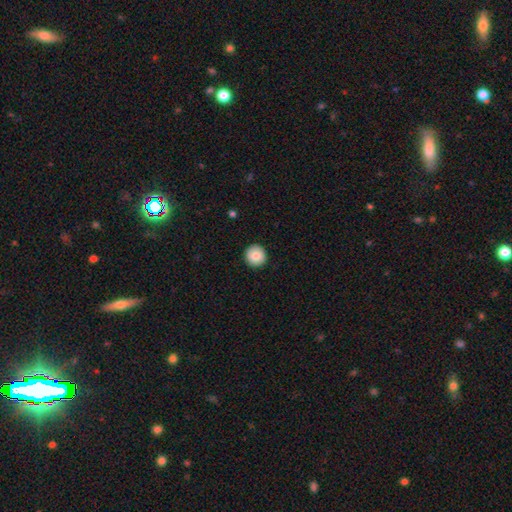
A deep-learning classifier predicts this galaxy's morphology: This is clearly a smooth galaxy (83%). How rounded: clearly round (94%). Merging: clearly none (91%).